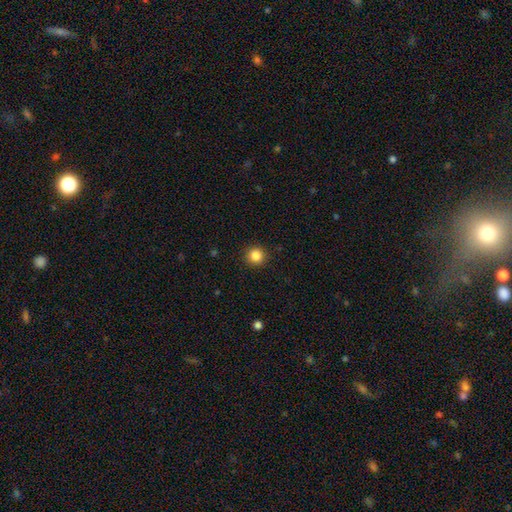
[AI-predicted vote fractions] Overall: smooth (85%). How rounded: round (94%). Merging: none (91%).